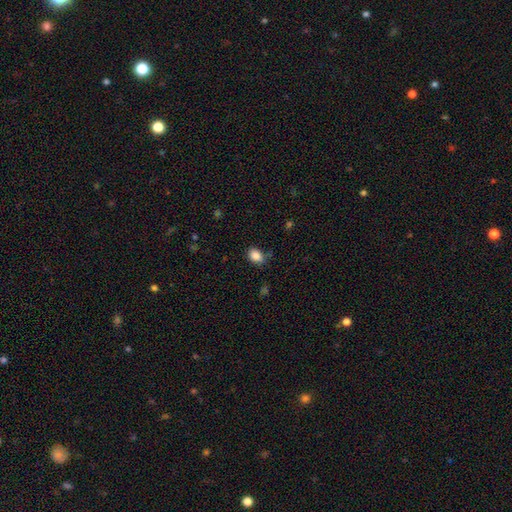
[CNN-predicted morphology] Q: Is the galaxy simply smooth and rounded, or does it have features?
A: smooth — 86%.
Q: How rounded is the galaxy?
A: in between — 73%.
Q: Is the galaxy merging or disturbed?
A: none — 79%.